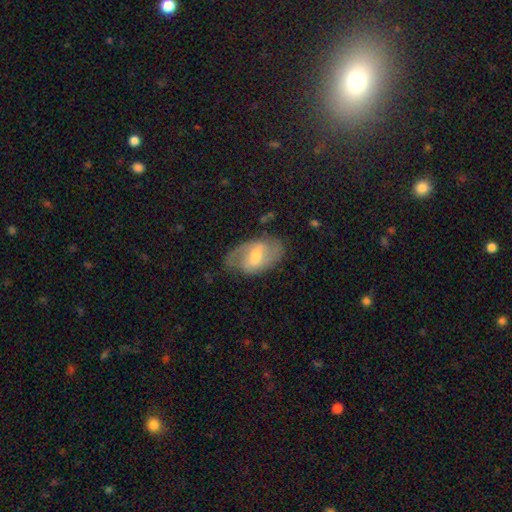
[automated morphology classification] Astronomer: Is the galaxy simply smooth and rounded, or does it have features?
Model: featured or disk — 71%.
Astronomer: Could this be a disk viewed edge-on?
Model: no — 95%.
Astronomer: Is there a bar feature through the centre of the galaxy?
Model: weak — 50% (runner-up: strong, 31%).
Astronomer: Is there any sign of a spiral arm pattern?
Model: yes — 85%.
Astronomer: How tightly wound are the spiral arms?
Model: medium — 48% (runner-up: loose, 27%).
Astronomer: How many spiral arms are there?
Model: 2 — 80%.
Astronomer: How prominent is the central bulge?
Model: moderate — 51% (runner-up: small, 41%).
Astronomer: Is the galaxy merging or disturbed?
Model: none — 67%.